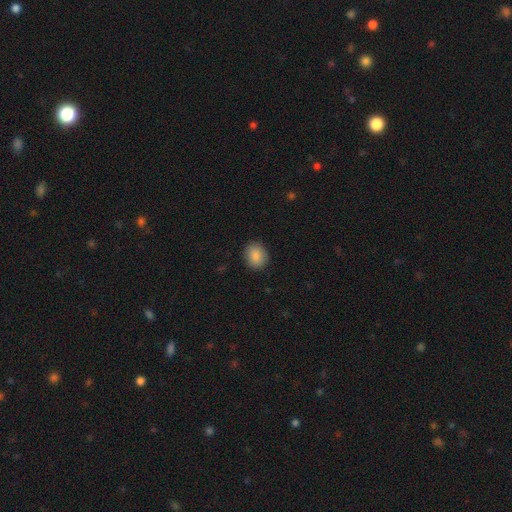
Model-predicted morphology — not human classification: Smooth or featured?
  - smooth: 87% *
  - star or artifact: 8%
  - featured or disk: 5%
How rounded?
  - round: 60% *
  - in between: 39%
  - cigar-shaped: 1%
Merging?
  - none: 89% *
  - minor disturbance: 8%
  - major disturbance: 2%
  - merger: 1%